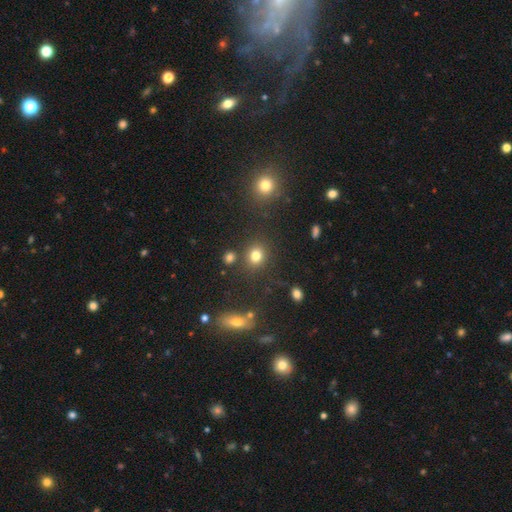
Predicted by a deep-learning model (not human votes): smooth 79%, star or artifact 15%, featured or disk 7%. Down the decision tree: how rounded — round (77%); merging — none (81%).